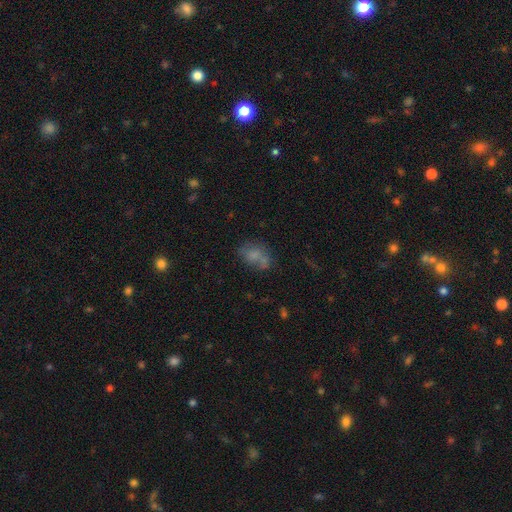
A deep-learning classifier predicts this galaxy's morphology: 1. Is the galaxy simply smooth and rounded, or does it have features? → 66% smooth, 19% featured or disk, 14% star or artifact.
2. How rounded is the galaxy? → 65% in between, 34% round, 2% cigar-shaped.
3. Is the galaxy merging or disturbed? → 42% none, 29% merger, 18% minor disturbance, 10% major disturbance.